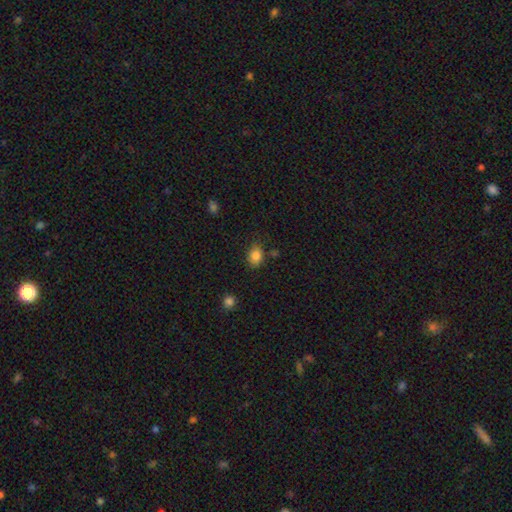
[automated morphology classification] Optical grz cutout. It shows a smooth galaxy with no disk features (84%) that is in between round and cigar-shaped (62%). Merging: none (74%).